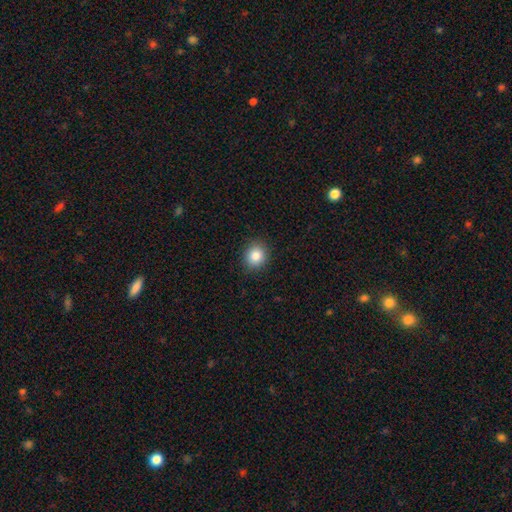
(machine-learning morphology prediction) type=smooth (85%); roundness=round (77%); merging=none (90%).